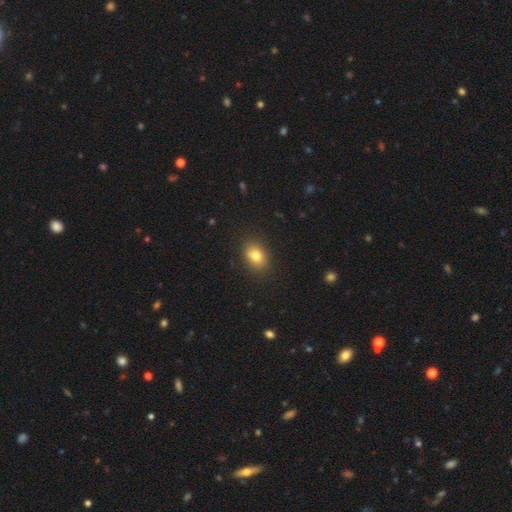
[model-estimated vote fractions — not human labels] smooth_or_featured: smooth (p=0.81) [alt: star or artifact p=0.11]
how_rounded: in between (p=0.64) [alt: round p=0.35]
merging: none (p=0.86) [alt: minor disturbance p=0.10]